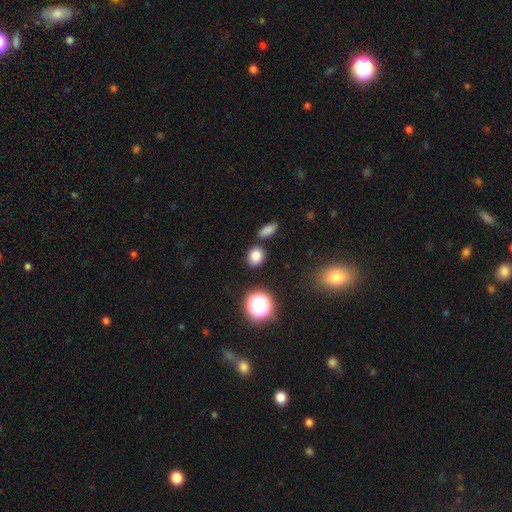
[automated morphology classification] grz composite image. It shows a smooth galaxy with no disk features (81%) that is round (60%). Merging: none (82%).